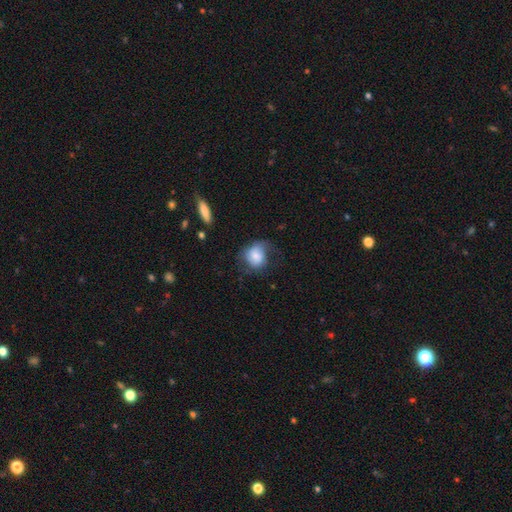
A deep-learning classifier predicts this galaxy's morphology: Q: Smooth or featured?
A: smooth (65%); runner-up: featured or disk (27%)
Q: How rounded?
A: round (57%); runner-up: in between (42%)
Q: Merging?
A: none (42%); runner-up: minor disturbance (29%)